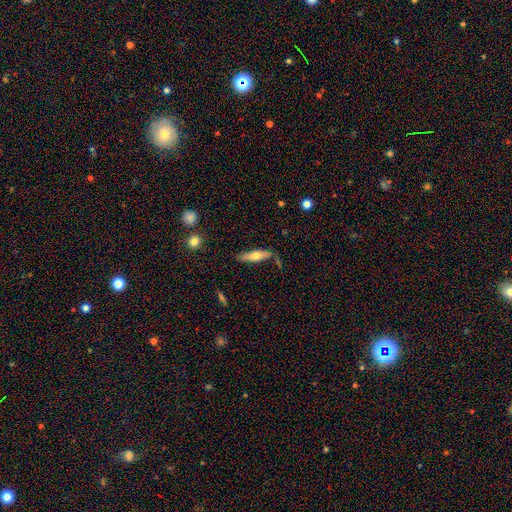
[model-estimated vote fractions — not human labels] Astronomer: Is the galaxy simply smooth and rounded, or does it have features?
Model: smooth — 57% (runner-up: featured or disk, 37%).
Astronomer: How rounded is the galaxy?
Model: cigar-shaped — 66%.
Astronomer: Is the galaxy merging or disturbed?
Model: none — 74%.